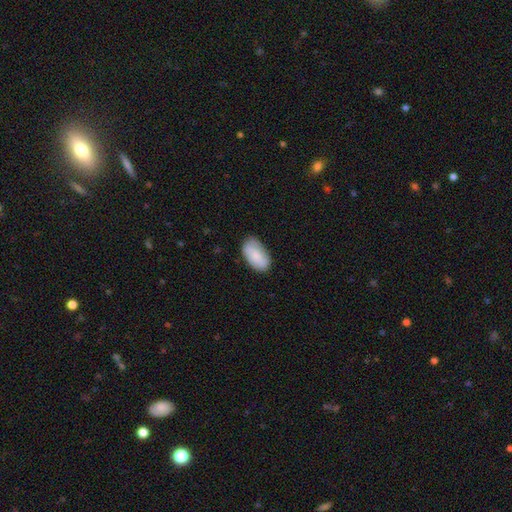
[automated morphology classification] Smooth or featured? smooth (79%)
How rounded? in between (94%)
Merging? none (76%)